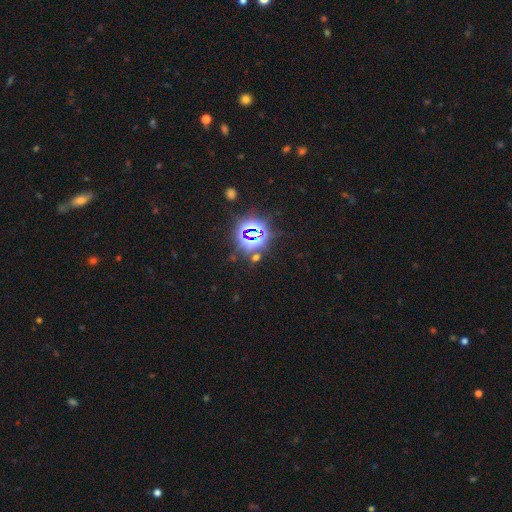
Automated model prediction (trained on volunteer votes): Overall: star or artifact (78%).